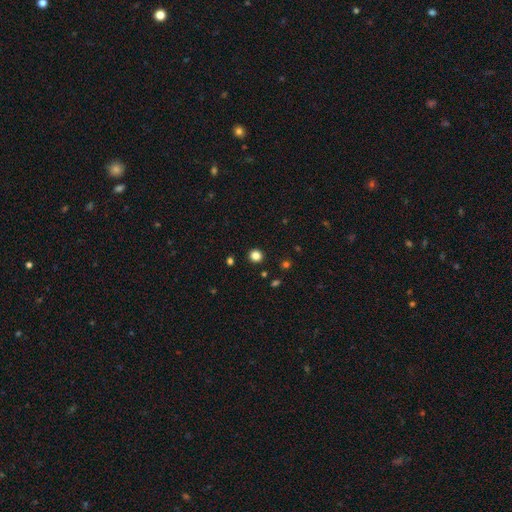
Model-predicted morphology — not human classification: Smooth or featured? Predicted: smooth (p=0.83). How rounded? Predicted: round (p=0.93). Merging? Predicted: none (p=0.92).